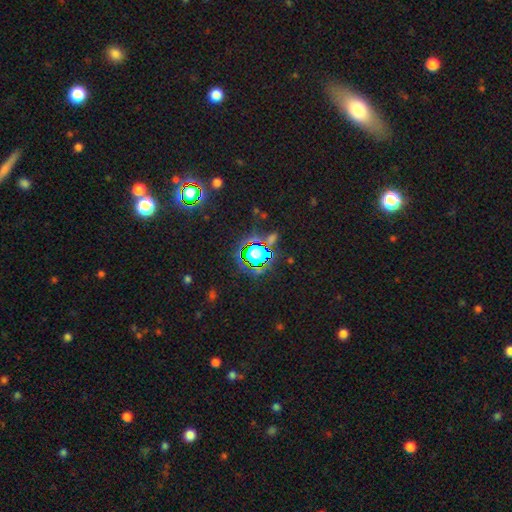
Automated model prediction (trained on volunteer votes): star or artifact 78%, smooth 13%, featured or disk 9%.